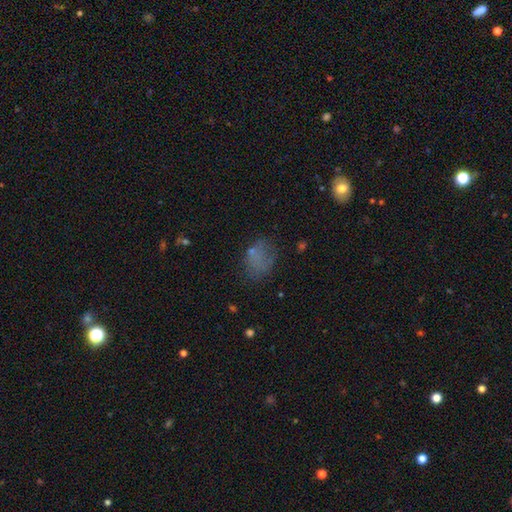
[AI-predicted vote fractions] Smooth or featured: smooth — 61% (featured or disk — 20%)
How rounded: in between — 70% (round — 28%)
Merging: none — 48% (minor disturbance — 25%)